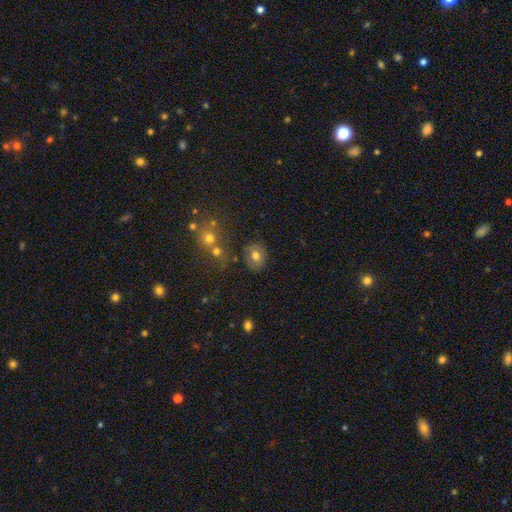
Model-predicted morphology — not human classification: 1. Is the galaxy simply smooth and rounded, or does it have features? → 72% smooth, 16% featured or disk, 12% star or artifact.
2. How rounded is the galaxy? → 61% round, 38% in between, 1% cigar-shaped.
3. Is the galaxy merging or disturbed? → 77% none, 13% minor disturbance, 6% merger, 4% major disturbance.